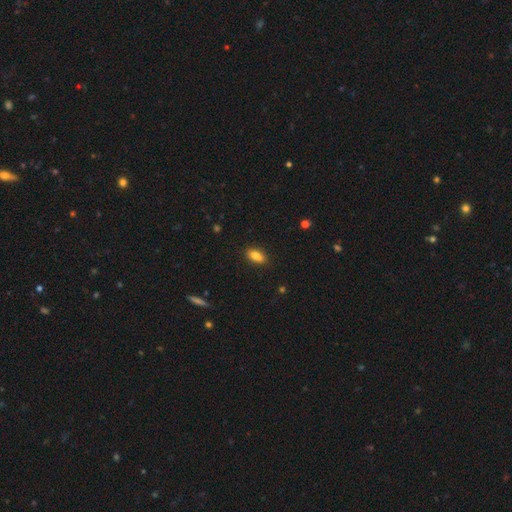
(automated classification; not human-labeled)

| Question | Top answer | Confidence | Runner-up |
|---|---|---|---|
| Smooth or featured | smooth | 82% | featured or disk (9%) |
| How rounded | in between | 86% | cigar-shaped (9%) |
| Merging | none | 87% | minor disturbance (10%) |